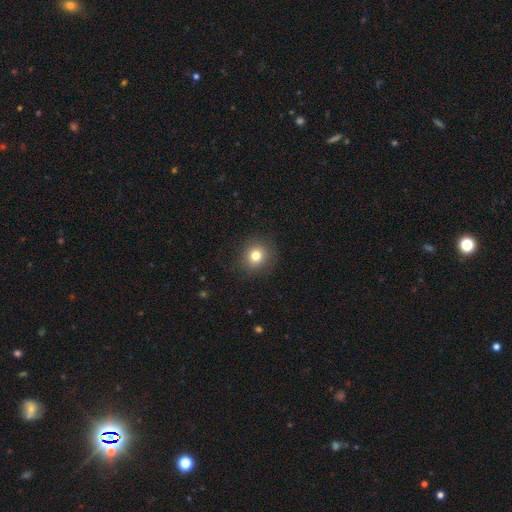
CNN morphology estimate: The model was most divided on "smooth or featured": smooth: 79%, star or artifact: 13%, featured or disk: 8%. More confident: merging — none (89%); how rounded — round (87%).